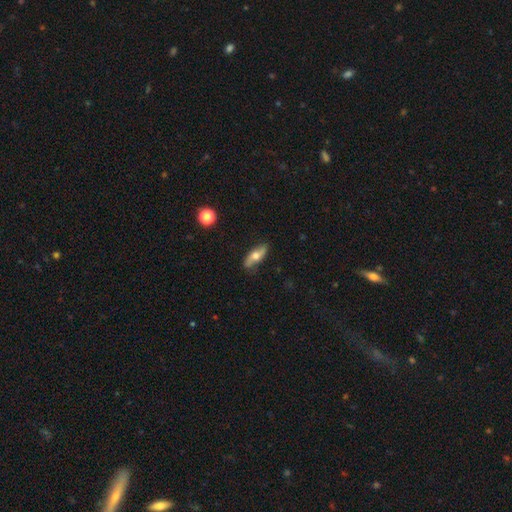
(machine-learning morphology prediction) Smooth or featured? Predicted: featured or disk (p=0.47). Merging? Predicted: none (p=0.80).